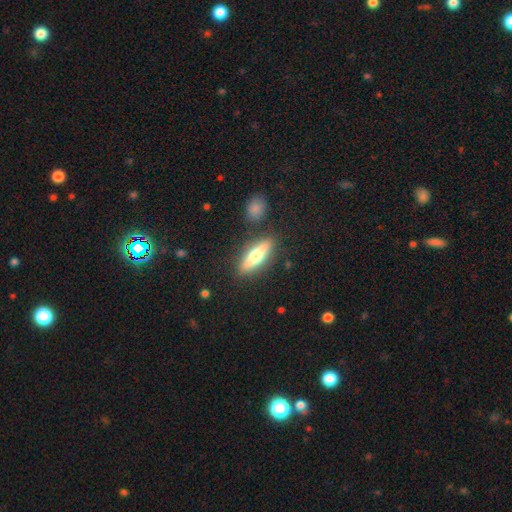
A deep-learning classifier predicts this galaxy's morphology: Smooth or featured? Predicted: smooth (p=0.47, tied with featured or disk). Merging? Predicted: none (p=0.84).